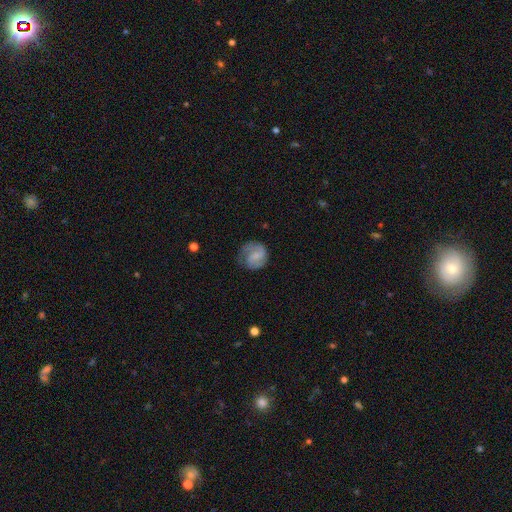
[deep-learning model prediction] Q: Smooth or featured?
A: featured or disk (50%); runner-up: smooth (43%)
Q: Merging?
A: none (60%); runner-up: minor disturbance (25%)